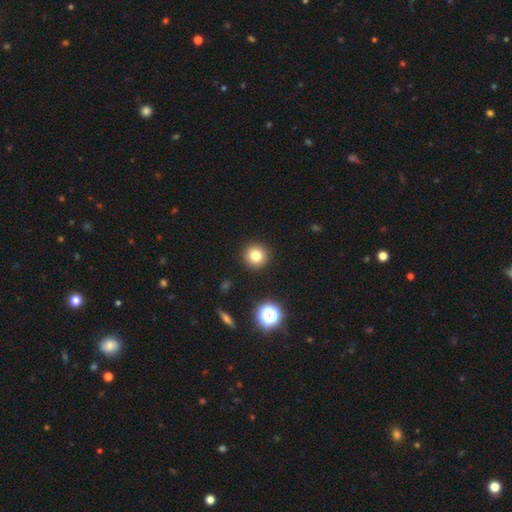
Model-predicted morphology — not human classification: Smooth or featured: smooth — 79% (star or artifact — 13%)
How rounded: round — 95% (in between — 5%)
Merging: none — 92% (minor disturbance — 5%)